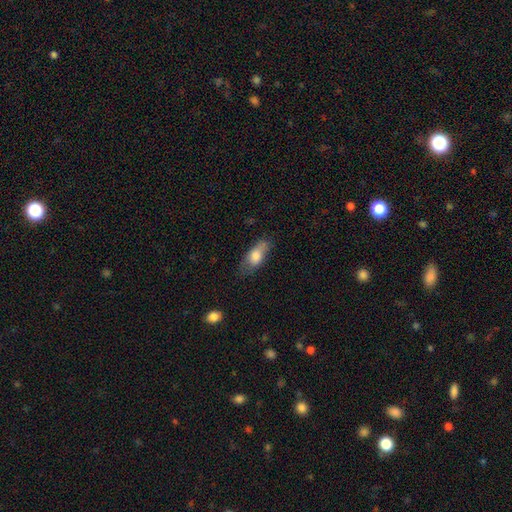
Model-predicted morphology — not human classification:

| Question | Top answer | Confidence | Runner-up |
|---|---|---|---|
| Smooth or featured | smooth | 74% | featured or disk (19%) |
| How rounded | in between | 79% | cigar-shaped (17%) |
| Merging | none | 57% | minor disturbance (30%) |